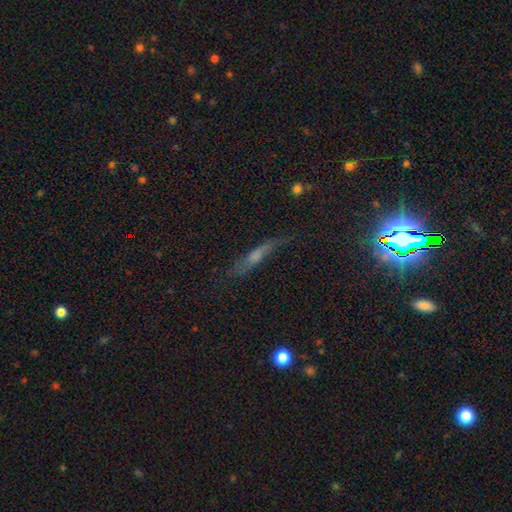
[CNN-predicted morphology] featured or disk 46%, smooth 37%, star or artifact 17%. Down the decision tree: merging — none (60%).